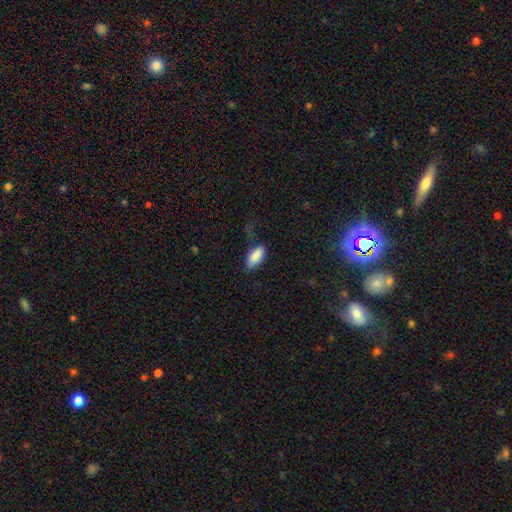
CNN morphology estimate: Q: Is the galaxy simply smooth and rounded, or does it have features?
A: smooth — 87%.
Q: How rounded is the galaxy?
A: in between — 90%.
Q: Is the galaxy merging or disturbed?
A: none — 57%.